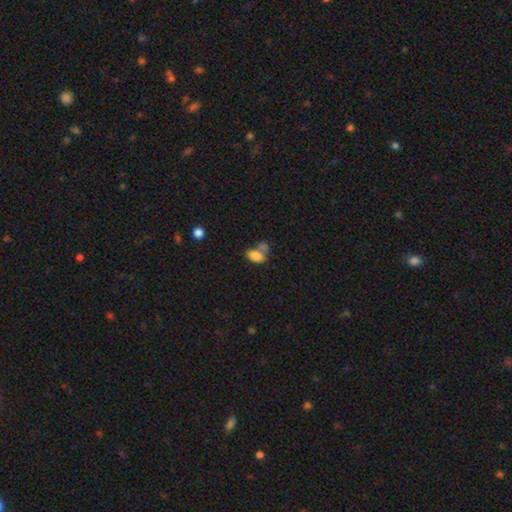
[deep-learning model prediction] Q: Smooth or featured?
A: smooth (82%); runner-up: featured or disk (9%)
Q: How rounded?
A: in between (87%); runner-up: round (11%)
Q: Merging?
A: merger (43%); runner-up: none (38%)